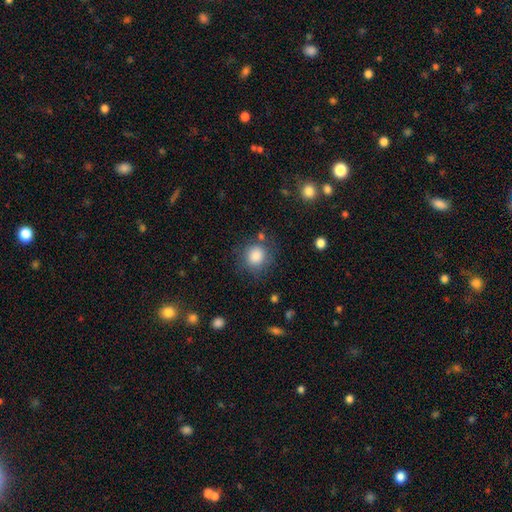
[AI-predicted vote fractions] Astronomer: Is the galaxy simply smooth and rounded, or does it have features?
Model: smooth — 85%.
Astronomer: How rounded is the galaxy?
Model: round — 87%.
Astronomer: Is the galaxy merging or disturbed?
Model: none — 76%.